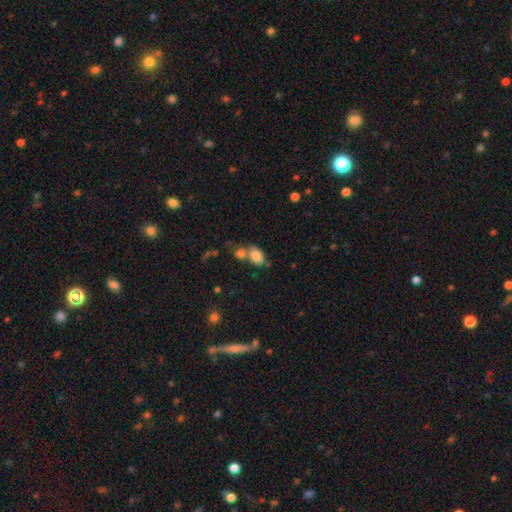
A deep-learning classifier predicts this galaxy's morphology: Smooth or featured: smooth — 83% (star or artifact — 9%)
How rounded: in between — 85% (round — 13%)
Merging: none — 44% (merger — 39%)